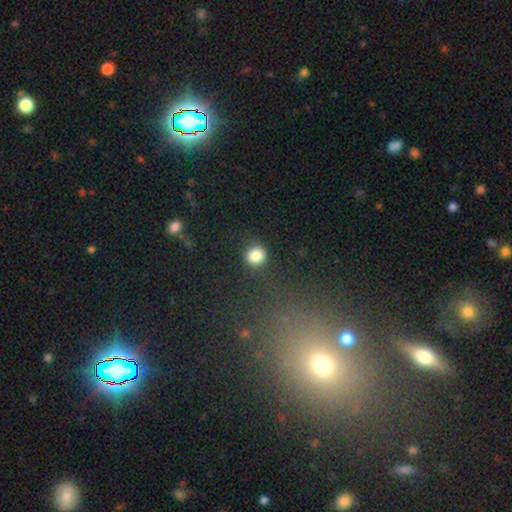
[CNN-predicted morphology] Smooth or featured?
  - smooth: 84% *
  - star or artifact: 11%
  - featured or disk: 5%
How rounded?
  - round: 86% *
  - in between: 13%
  - cigar-shaped: 1%
Merging?
  - none: 83% *
  - minor disturbance: 11%
  - major disturbance: 4%
  - merger: 2%